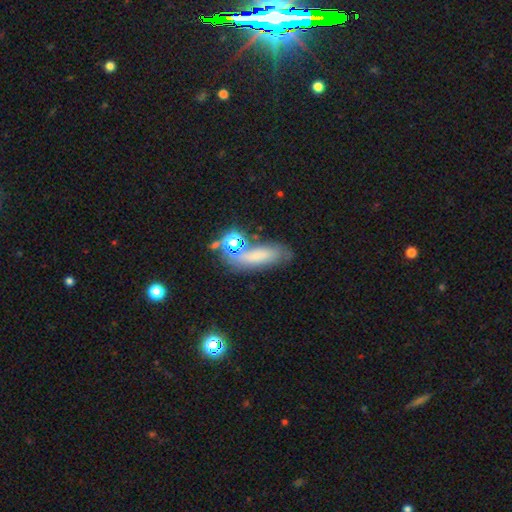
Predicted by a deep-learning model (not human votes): Morphology: type=smooth (60%); roundness=in between (52%); merging=none (56%).